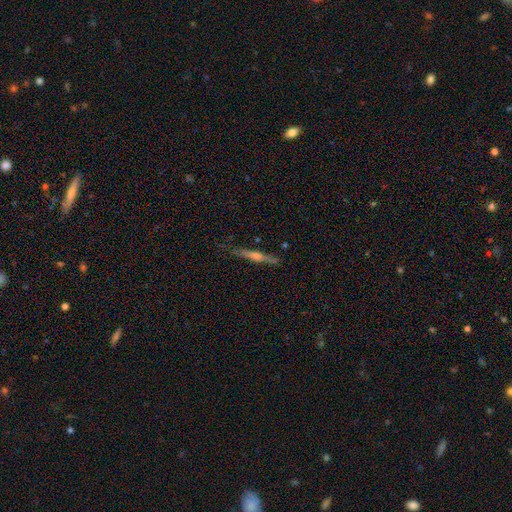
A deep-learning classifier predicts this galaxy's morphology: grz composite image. It shows a featured or disk galaxy (63%) viewed edge-on (96%) with a rounded central bulge (57%). Merging: none (80%).